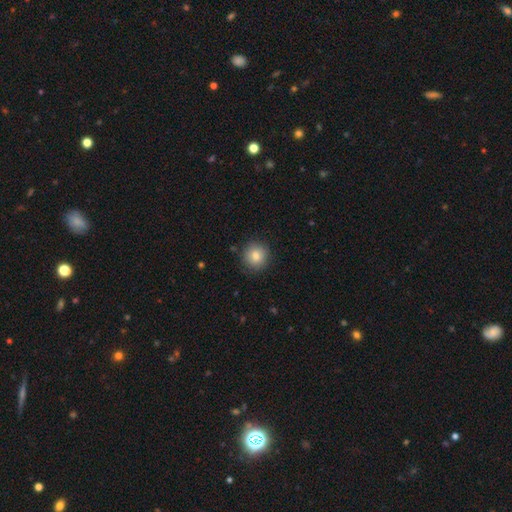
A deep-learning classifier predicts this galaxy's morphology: Smooth or featured? smooth (82%)
How rounded? round (93%)
Merging? none (88%)